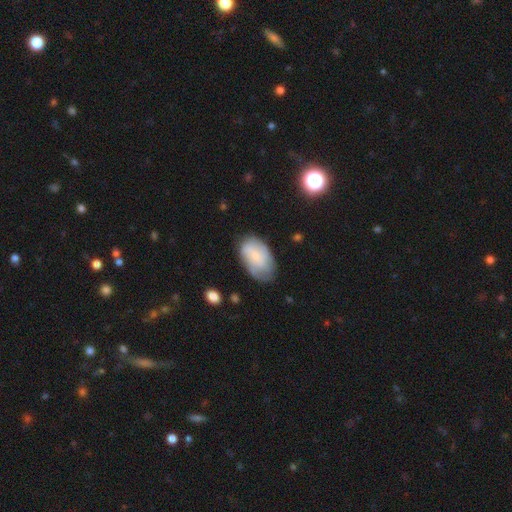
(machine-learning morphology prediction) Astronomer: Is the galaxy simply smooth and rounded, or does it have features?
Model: smooth — 59% (runner-up: featured or disk, 34%).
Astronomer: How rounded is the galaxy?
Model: in between — 91%.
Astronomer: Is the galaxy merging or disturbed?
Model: none — 60%.